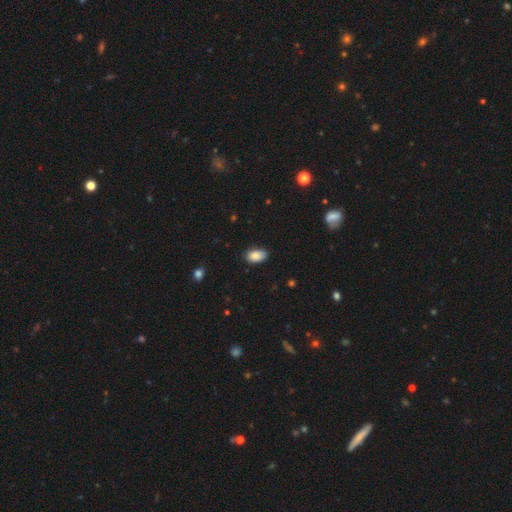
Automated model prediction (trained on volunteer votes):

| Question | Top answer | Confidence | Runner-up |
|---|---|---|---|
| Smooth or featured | smooth | 88% | star or artifact (8%) |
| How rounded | in between | 92% | round (7%) |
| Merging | none | 79% | minor disturbance (17%) |